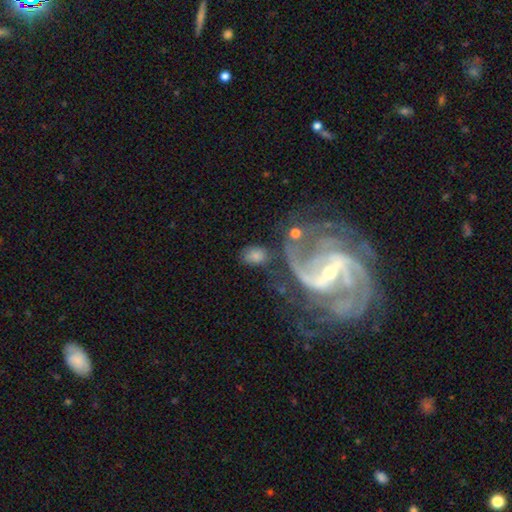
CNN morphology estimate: A smooth galaxy with no disk features (69%) that is in between round and cigar-shaped (81%).

Vote fractions:
- Smooth or featured? smooth: 69% / featured or disk: 22% / star or artifact: 9%
- How rounded? in between: 81% / round: 17% / cigar-shaped: 2%
- Merging? none: 54% / minor disturbance: 19% / major disturbance: 14% / merger: 13%